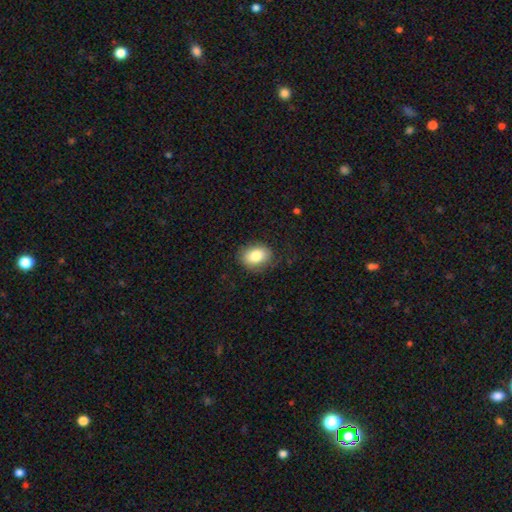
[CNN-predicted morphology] A smooth galaxy with no disk features (82%) that is in between round and cigar-shaped (68%). Merging: none (79%).